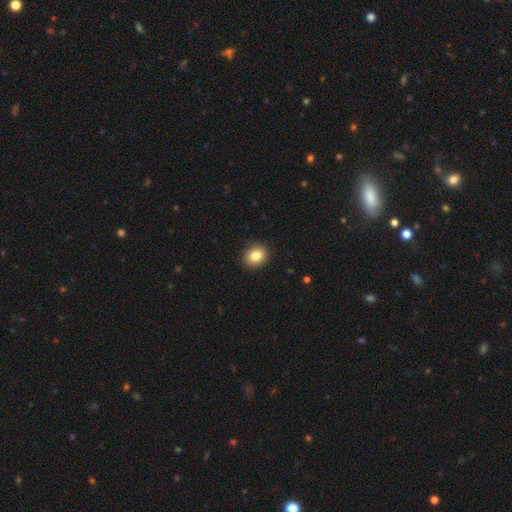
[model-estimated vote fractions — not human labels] smooth_or_featured: smooth (p=0.84) [alt: star or artifact p=0.09]
how_rounded: round (p=0.65) [alt: in between p=0.34]
merging: none (p=0.90) [alt: minor disturbance p=0.07]